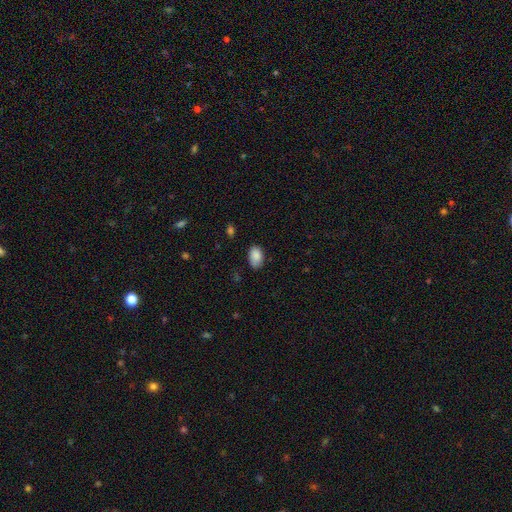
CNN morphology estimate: This appears to be a smooth galaxy with no disk features (87%) that is in between round and cigar-shaped (89%). Merging: none (70%).